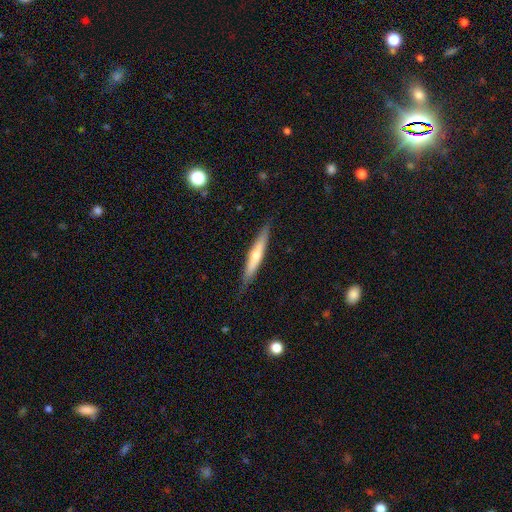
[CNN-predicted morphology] Q: Smooth or featured?
A: smooth (48%); runner-up: featured or disk (46%)
Q: Merging?
A: none (86%); runner-up: minor disturbance (11%)